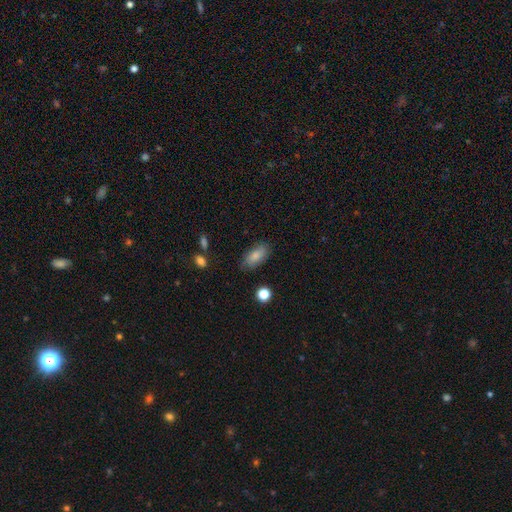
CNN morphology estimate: type=smooth (83%); roundness=in between (88%); merging=none (82%).